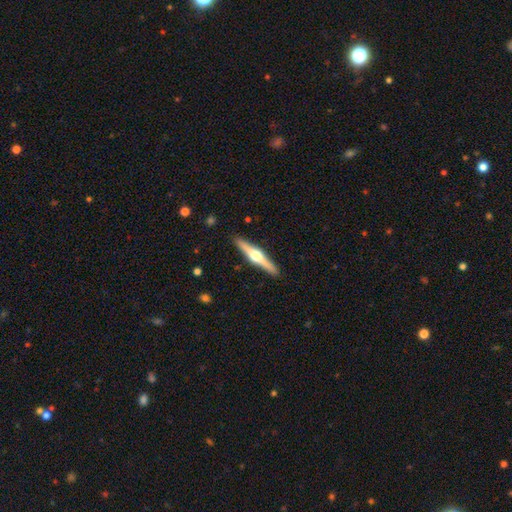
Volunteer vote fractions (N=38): featured or disk 68%, smooth 24%, star or artifact 8%. Down the decision tree: edge-on disk — yes (100%); edge-on bulge — rounded (92%); merging — none (94%).